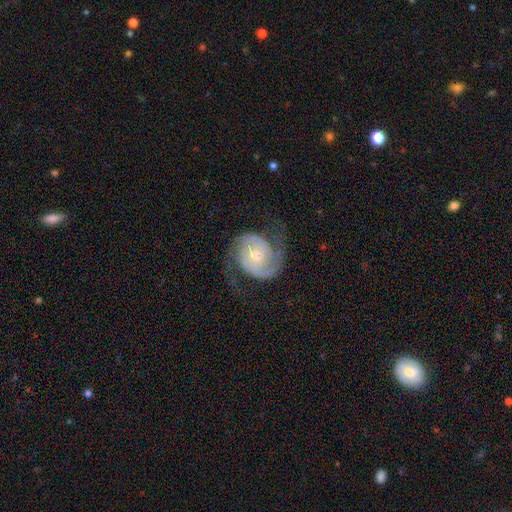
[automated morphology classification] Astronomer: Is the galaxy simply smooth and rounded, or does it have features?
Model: featured or disk — 89%.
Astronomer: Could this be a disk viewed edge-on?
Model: no — 98%.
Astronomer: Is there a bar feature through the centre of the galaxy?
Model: no — 48% (runner-up: weak, 42%).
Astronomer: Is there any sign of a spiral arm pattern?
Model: yes — 98%.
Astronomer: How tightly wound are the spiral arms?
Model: medium — 50% (runner-up: tight, 29%).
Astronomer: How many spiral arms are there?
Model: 2 — 91%.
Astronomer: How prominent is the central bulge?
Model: moderate — 50% (runner-up: small, 42%).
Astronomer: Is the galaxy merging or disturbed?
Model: none — 73%.